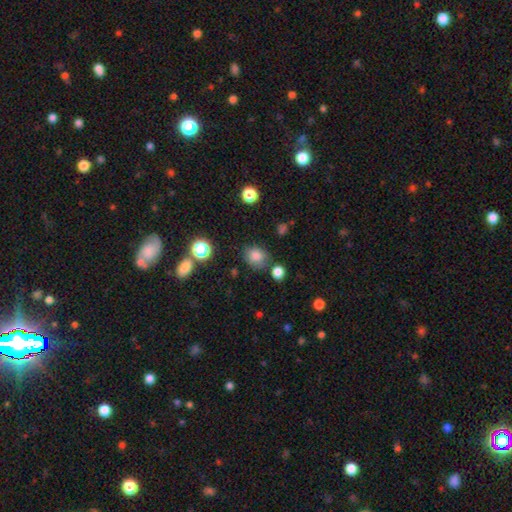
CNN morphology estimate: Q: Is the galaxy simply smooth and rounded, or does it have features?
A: smooth — 82%.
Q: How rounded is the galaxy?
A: round — 67%.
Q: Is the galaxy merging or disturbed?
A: none — 71%.